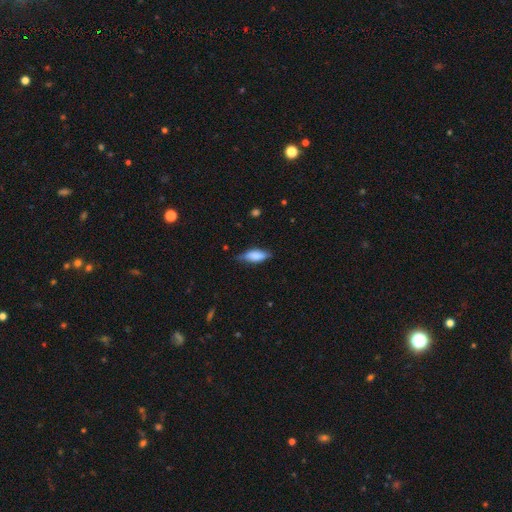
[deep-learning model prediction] Overall: smooth (75%). How rounded: in between (69%). Merging: none (68%).